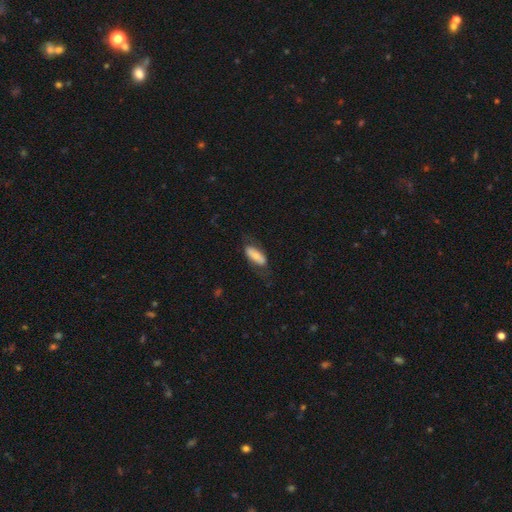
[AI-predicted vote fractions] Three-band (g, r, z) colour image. It shows a smooth galaxy with no disk features (65%) that is in between round and cigar-shaped (75%). Merging: none (63%).